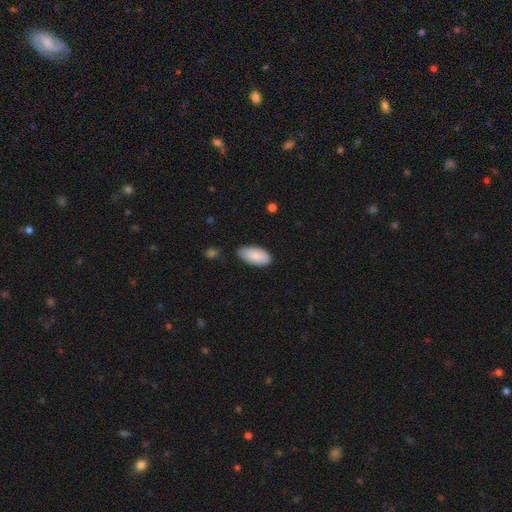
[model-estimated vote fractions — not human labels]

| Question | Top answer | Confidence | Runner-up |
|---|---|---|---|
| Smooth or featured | smooth | 87% | featured or disk (7%) |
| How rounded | in between | 94% | cigar-shaped (4%) |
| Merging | none | 79% | minor disturbance (16%) |